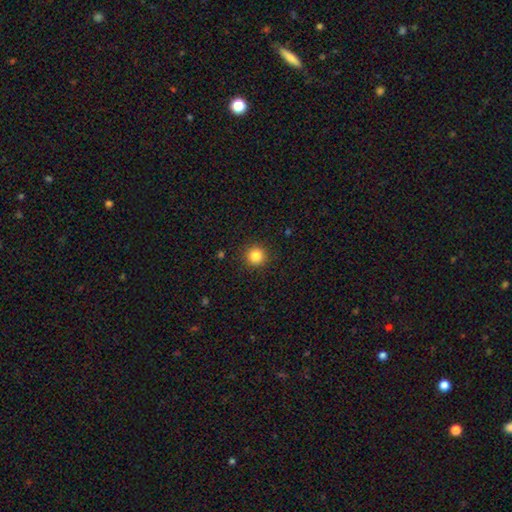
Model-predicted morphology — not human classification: type=smooth (85%); roundness=round (95%); merging=none (92%).